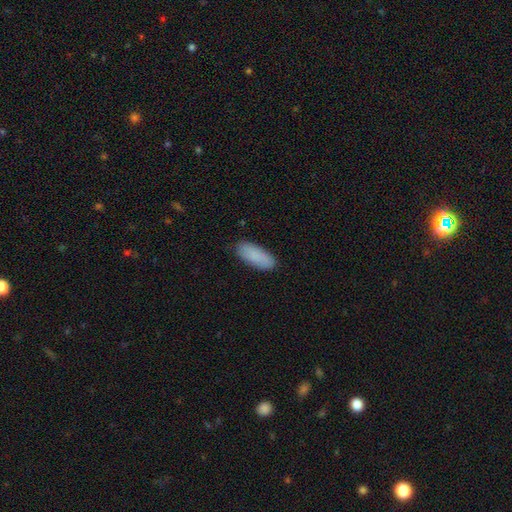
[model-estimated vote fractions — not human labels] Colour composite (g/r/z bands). It shows a smooth galaxy with no disk features (89%) that is in between round and cigar-shaped (79%). Merging: none (86%).